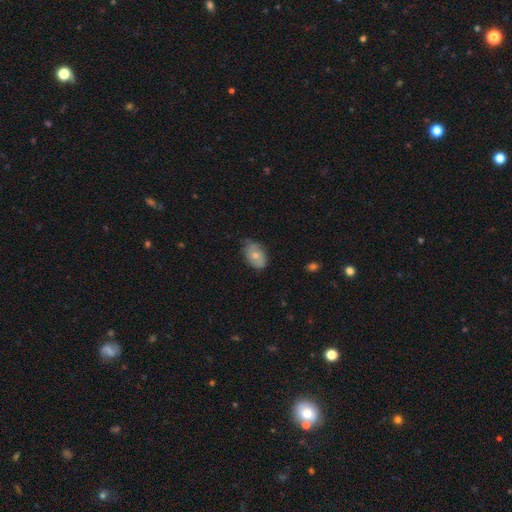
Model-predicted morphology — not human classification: Overall: smooth (66%). How rounded: in between (86%). Merging: none (64%; minor disturbance 30%).